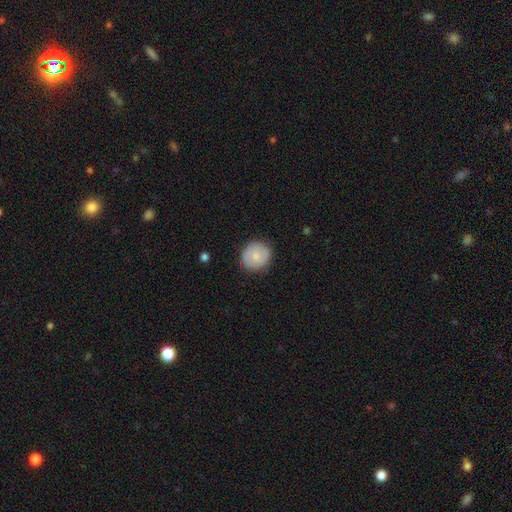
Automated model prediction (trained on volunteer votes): The model was most divided on "smooth or featured": smooth: 72%, featured or disk: 21%, star or artifact: 6%. More confident: how rounded — round (87%); merging — none (86%).